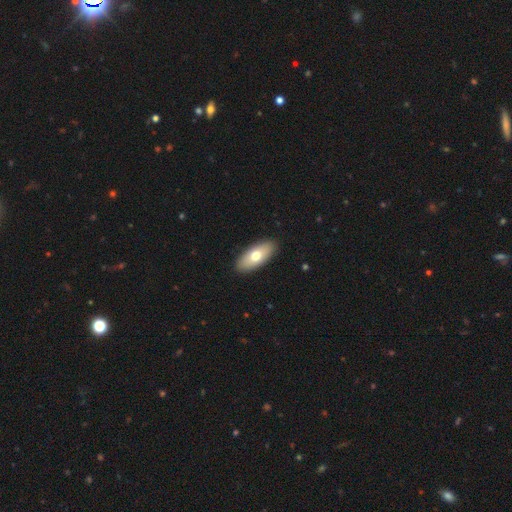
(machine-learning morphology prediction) Smooth or featured: smooth — 70% (featured or disk — 25%)
How rounded: in between — 88% (cigar-shaped — 10%)
Merging: none — 90% (minor disturbance — 7%)